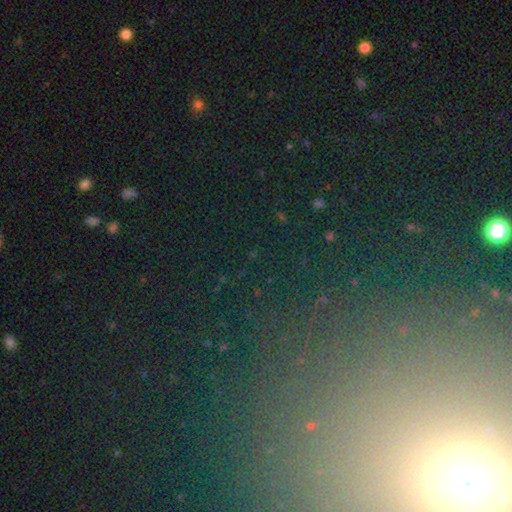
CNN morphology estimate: This is likely a star or artifact rather than a galaxy (70%).